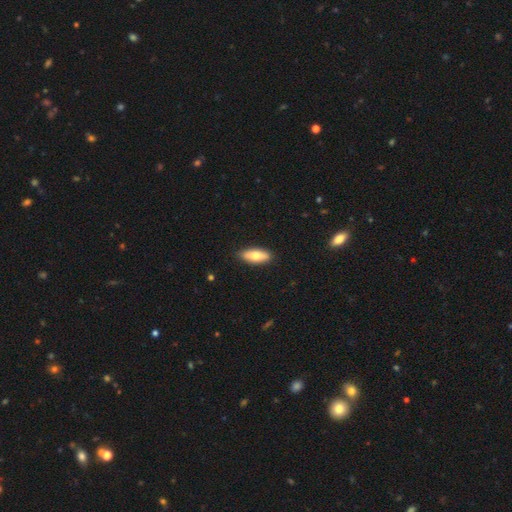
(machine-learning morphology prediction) This is likely a smooth galaxy (74%). How rounded: likely in between (74%). Merging: clearly none (88%).